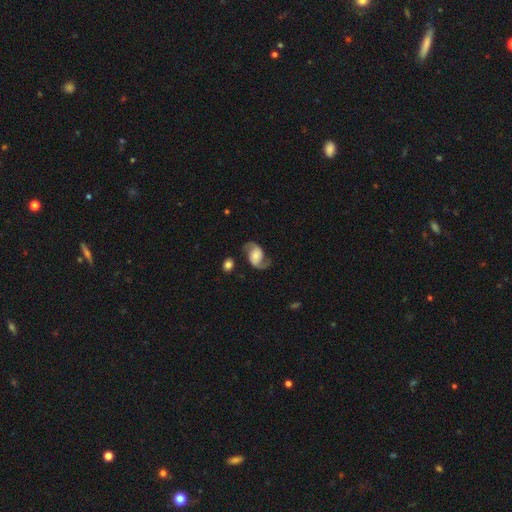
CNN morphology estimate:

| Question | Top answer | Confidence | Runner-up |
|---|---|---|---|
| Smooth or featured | featured or disk | 78% | smooth (16%) |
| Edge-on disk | no | 97% | yes (3%) |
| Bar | no | 56% | weak (32%) |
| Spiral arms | yes | 95% | no (5%) |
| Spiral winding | loose | 47% | medium (41%) |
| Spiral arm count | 2 | 90% | 1 (4%) |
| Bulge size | small | 44% | moderate (34%) |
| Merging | none | 67% | minor disturbance (18%) |